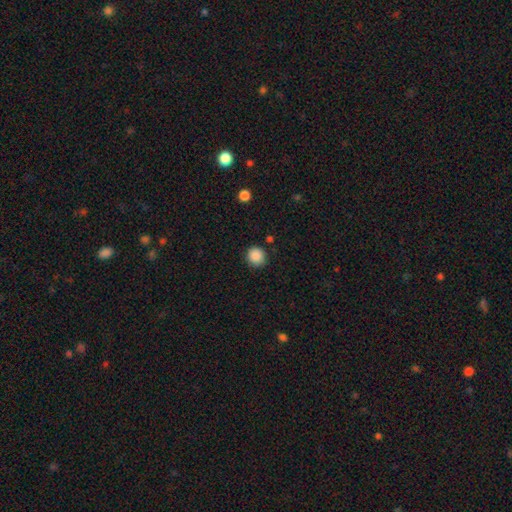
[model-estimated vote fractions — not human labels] Overall: smooth (88%). How rounded: round (91%). Merging: none (89%).